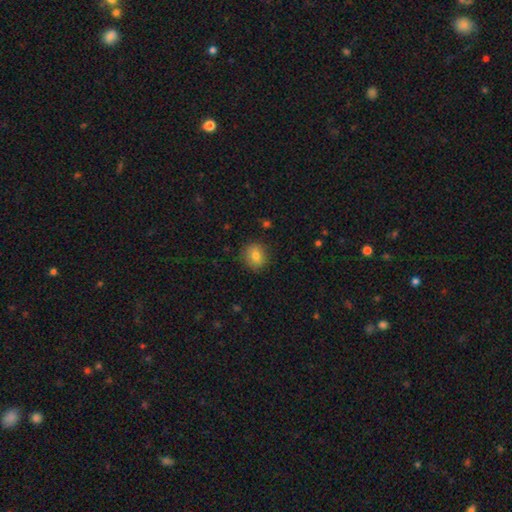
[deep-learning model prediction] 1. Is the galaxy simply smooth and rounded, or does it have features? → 79% smooth, 11% featured or disk, 10% star or artifact.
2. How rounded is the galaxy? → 75% round, 24% in between, 1% cigar-shaped.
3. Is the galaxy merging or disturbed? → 85% none, 11% minor disturbance, 3% major disturbance, 1% merger.